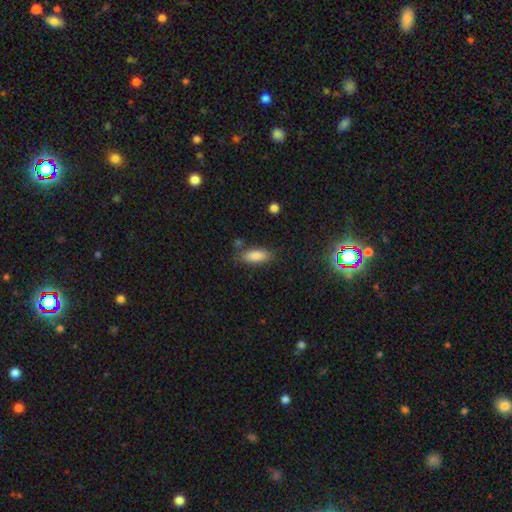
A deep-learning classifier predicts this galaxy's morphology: A smooth galaxy with no disk features (84%) that is in between round and cigar-shaped (77%). Merging: none (74%).